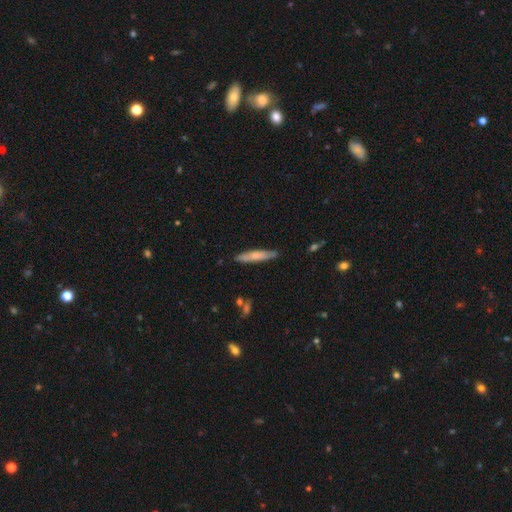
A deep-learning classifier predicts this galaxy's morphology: Q: Smooth or featured?
A: smooth (64%); runner-up: featured or disk (31%)
Q: How rounded?
A: cigar-shaped (89%); runner-up: in between (9%)
Q: Merging?
A: none (86%); runner-up: minor disturbance (11%)